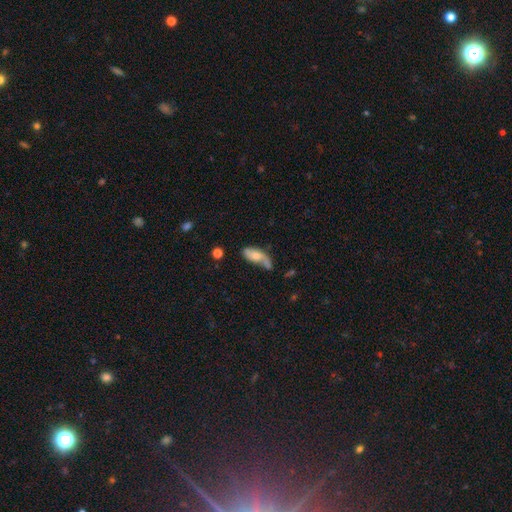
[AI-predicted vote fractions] Smooth or featured? Predicted: featured or disk (p=0.52). Edge-on disk? Predicted: no (p=0.87). Merging? Predicted: none (p=0.41).